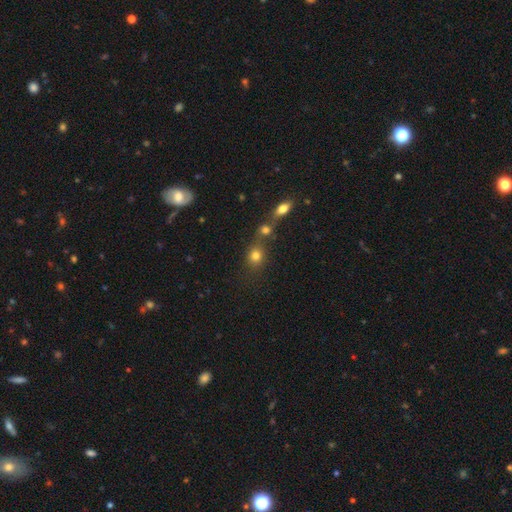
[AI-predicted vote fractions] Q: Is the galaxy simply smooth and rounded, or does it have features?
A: smooth — 78%.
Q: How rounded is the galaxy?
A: round — 73%.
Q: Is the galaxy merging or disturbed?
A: none — 47%.